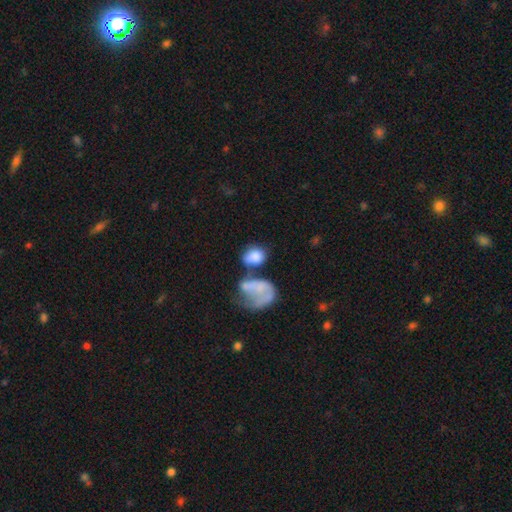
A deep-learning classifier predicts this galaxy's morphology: smooth 76%, featured or disk 15%, star or artifact 9%. Down the decision tree: how rounded — in between (64%); merging — merger (35%).